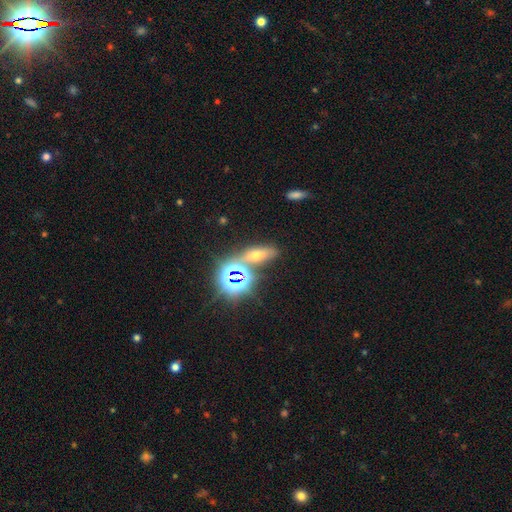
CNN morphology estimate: Smooth or featured: star or artifact — 44% (smooth — 38%)